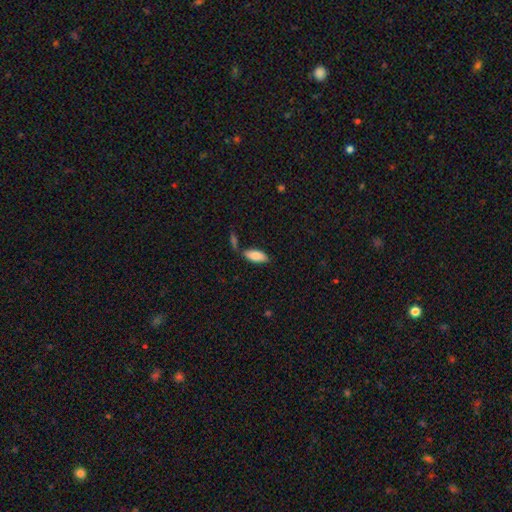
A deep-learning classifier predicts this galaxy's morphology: Overall: smooth (85%). How rounded: in between (84%). Merging: none (73%).